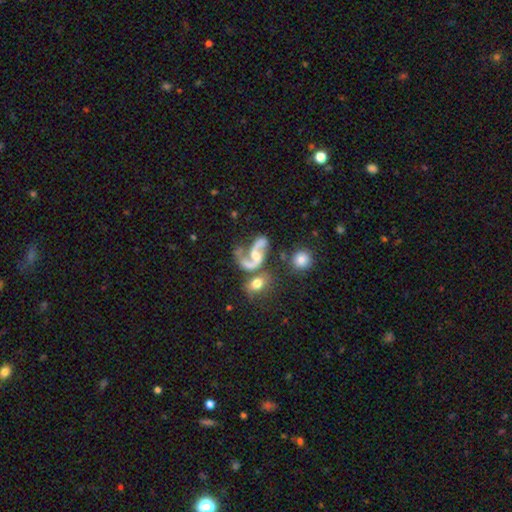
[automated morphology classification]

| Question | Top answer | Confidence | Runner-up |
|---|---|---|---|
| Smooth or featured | featured or disk | 85% | smooth (8%) |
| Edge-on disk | no | 97% | yes (3%) |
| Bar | no | 49% | weak (36%) |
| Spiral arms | yes | 94% | no (6%) |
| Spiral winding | loose | 62% | medium (32%) |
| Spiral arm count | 2 | 85% | 1 (10%) |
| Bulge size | moderate | 46% | small (37%) |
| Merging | none | 35% | merger (28%) |